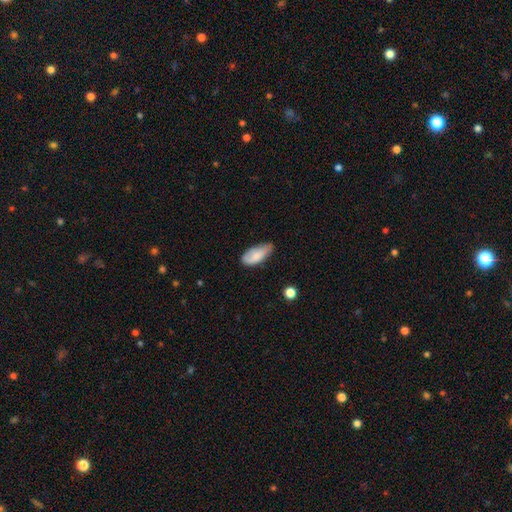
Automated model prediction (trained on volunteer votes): This is likely a smooth galaxy (77%). How rounded: clearly in between (90%). Merging: possibly none (52%).